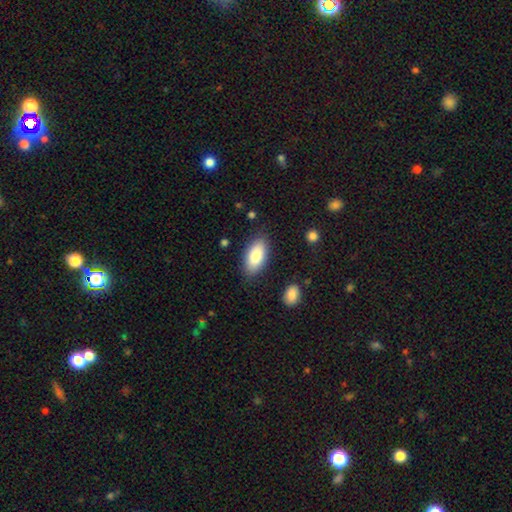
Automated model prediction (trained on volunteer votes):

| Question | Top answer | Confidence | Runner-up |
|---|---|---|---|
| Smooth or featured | smooth | 85% | featured or disk (9%) |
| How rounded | in between | 91% | cigar-shaped (7%) |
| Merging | none | 84% | minor disturbance (11%) |